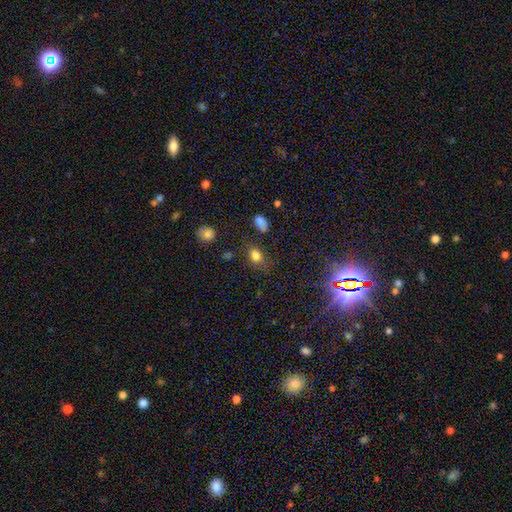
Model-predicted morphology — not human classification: Smooth or featured? Predicted: smooth (p=0.80). How rounded? Predicted: in between (p=0.64). Merging? Predicted: none (p=0.71).